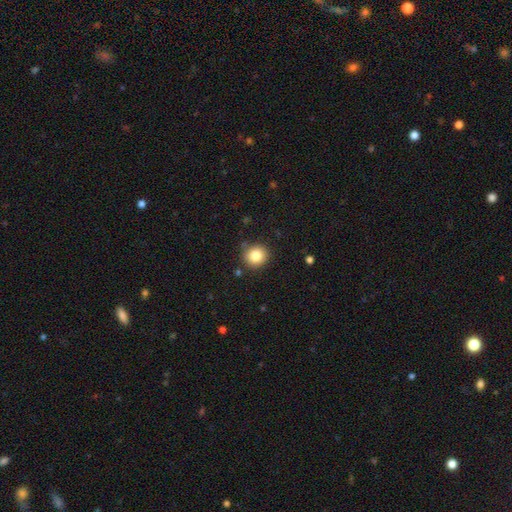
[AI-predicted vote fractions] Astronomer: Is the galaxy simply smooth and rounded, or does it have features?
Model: smooth — 83%.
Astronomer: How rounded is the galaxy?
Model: round — 90%.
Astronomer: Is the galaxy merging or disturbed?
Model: none — 87%.